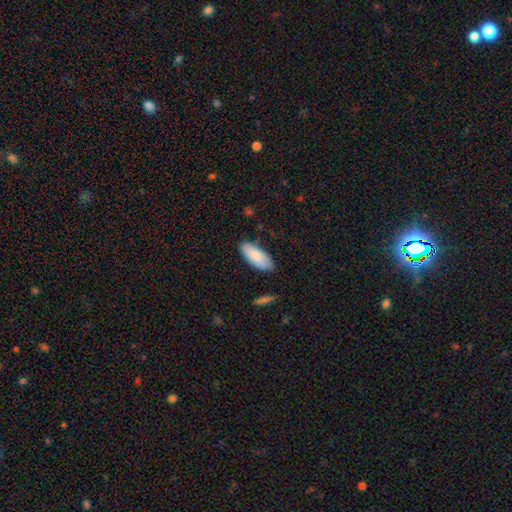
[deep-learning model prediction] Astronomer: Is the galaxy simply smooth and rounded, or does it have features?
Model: smooth — 84%.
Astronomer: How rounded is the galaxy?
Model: in between — 86%.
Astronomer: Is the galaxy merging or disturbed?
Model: none — 80%.